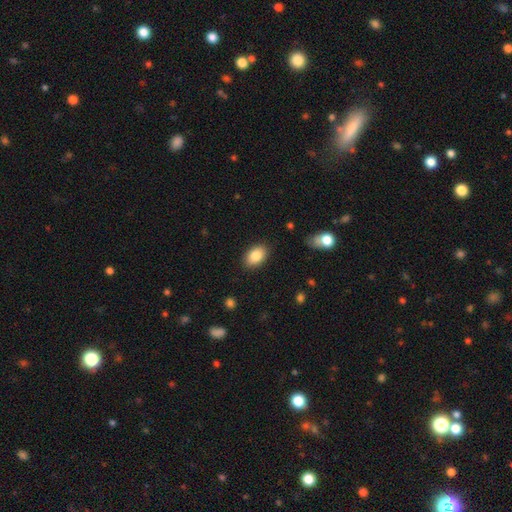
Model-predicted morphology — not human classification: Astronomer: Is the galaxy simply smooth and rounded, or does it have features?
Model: smooth — 85%.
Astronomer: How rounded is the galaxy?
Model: in between — 89%.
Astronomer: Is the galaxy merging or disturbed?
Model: none — 87%.